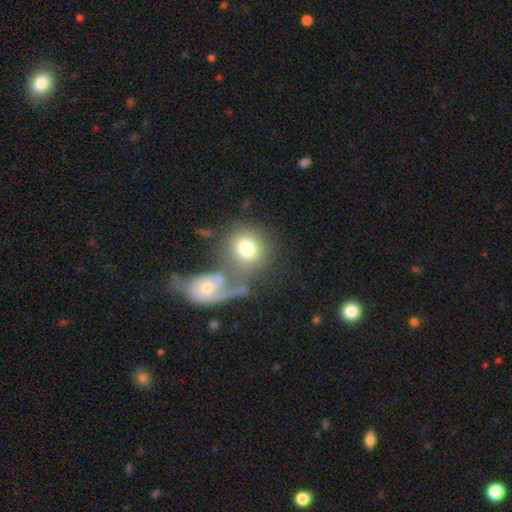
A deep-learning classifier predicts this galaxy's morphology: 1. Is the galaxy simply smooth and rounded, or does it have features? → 68% smooth, 22% featured or disk, 10% star or artifact.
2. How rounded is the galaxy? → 80% round, 19% in between, 1% cigar-shaped.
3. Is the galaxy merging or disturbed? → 45% merger, 36% none, 10% major disturbance, 10% minor disturbance.